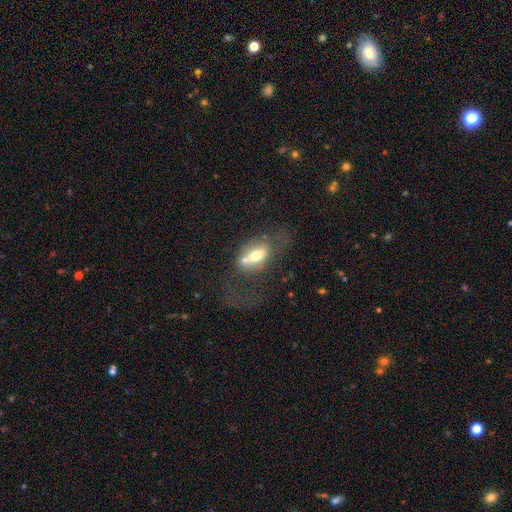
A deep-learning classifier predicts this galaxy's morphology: This is possibly a smooth galaxy (54%). How rounded: clearly in between (82%). Merging: marginally none (30%).